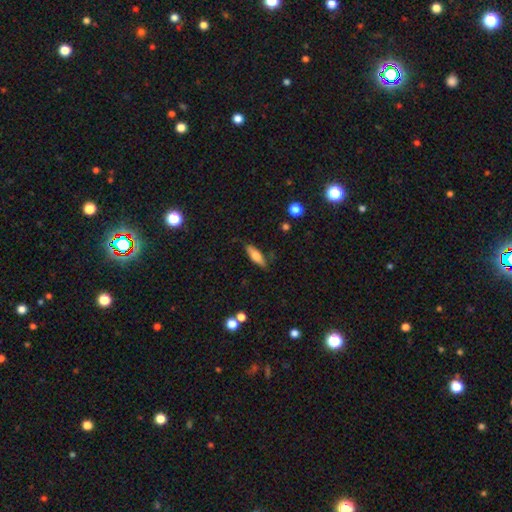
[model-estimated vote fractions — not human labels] smooth_or_featured: smooth (p=0.66) [alt: featured or disk p=0.27]
how_rounded: cigar-shaped (p=0.52) [alt: in between p=0.46]
merging: none (p=0.82) [alt: minor disturbance p=0.13]